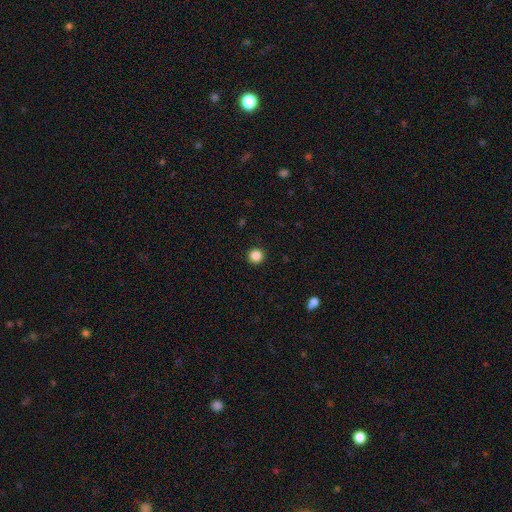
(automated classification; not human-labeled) The model was most divided on "smooth or featured": smooth: 86%, star or artifact: 11%, featured or disk: 3%. More confident: how rounded — round (96%); merging — none (93%).